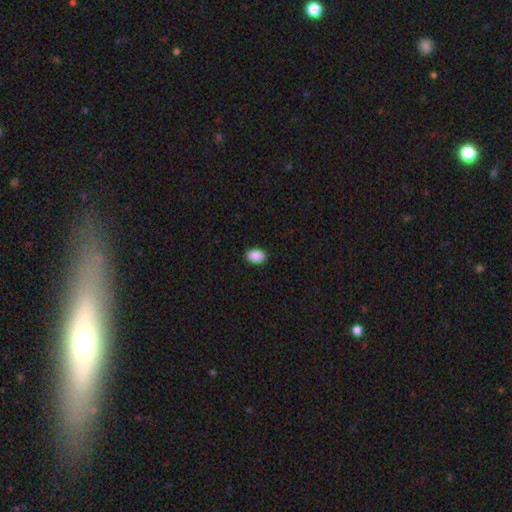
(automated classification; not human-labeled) The model was most divided on "how rounded": in between: 86%, round: 13%, cigar-shaped: 1%. More confident: merging — none (90%); smooth or featured — smooth (90%).